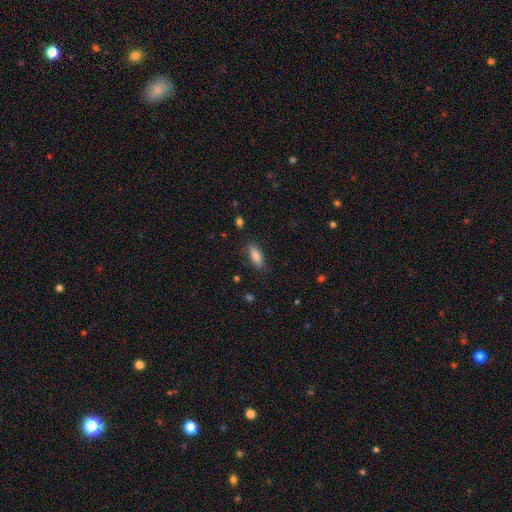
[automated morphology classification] A smooth galaxy with no disk features (81%) that is in between round and cigar-shaped (76%).

Vote fractions:
- Smooth or featured? smooth: 81% / featured or disk: 11% / star or artifact: 7%
- How rounded? in between: 76% / cigar-shaped: 22% / round: 2%
- Merging? none: 81% / minor disturbance: 14% / major disturbance: 3% / merger: 1%